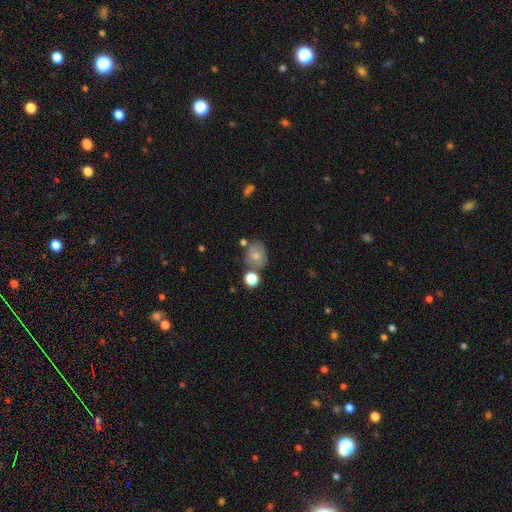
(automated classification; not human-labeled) smooth_or_featured: smooth (p=0.72) [alt: featured or disk p=0.17]
how_rounded: round (p=0.50) [alt: in between p=0.49]
merging: none (p=0.60) [alt: minor disturbance p=0.17]